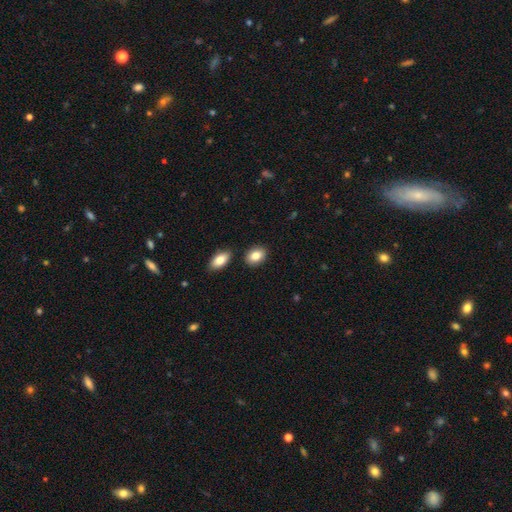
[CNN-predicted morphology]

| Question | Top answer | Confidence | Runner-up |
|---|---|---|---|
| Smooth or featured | smooth | 84% | featured or disk (9%) |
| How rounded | in between | 77% | round (21%) |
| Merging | none | 84% | minor disturbance (9%) |